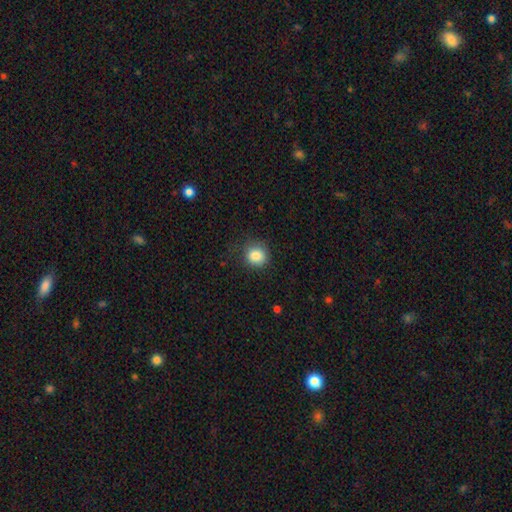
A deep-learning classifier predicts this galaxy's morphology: A smooth galaxy with no disk features (85%) that is round (83%).

Vote fractions:
- Smooth or featured? smooth: 85% / star or artifact: 10% / featured or disk: 5%
- How rounded? round: 83% / in between: 17% / cigar-shaped: 1%
- Merging? none: 79% / minor disturbance: 15% / major disturbance: 5% / merger: 1%